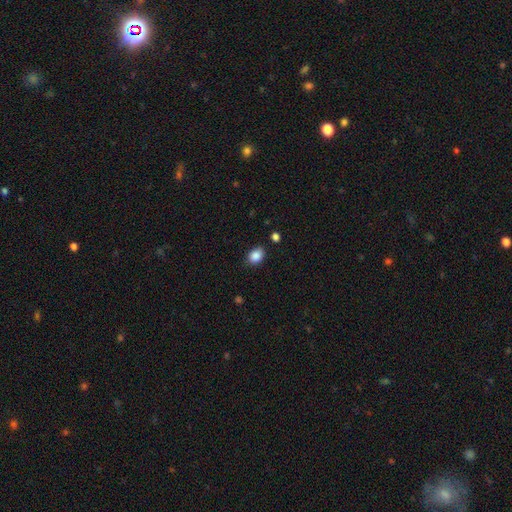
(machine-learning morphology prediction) Smooth or featured?
  - smooth: 87% *
  - star or artifact: 9%
  - featured or disk: 4%
How rounded?
  - in between: 69% *
  - round: 29%
  - cigar-shaped: 1%
Merging?
  - none: 82% *
  - minor disturbance: 13%
  - major disturbance: 3%
  - merger: 2%